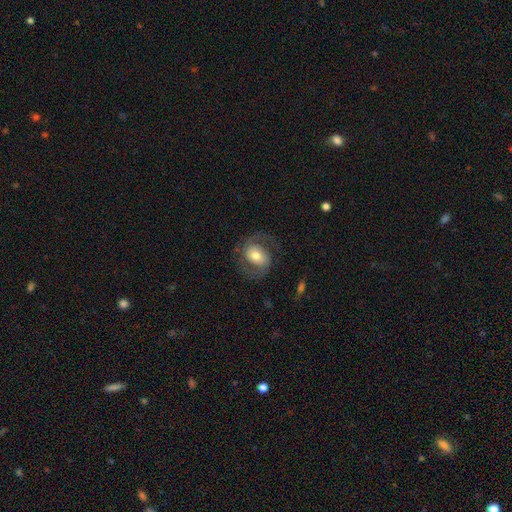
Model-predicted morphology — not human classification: smooth-or-featured: featured or disk: 73% | smooth: 20% | star or artifact: 7%
  disk-edge-on: no: 97% | yes: 3%
    bar: no: 51% | weak: 34% | strong: 16%
    has-spiral-arms: yes: 91% | no: 9%
      spiral-winding: medium: 54% | loose: 25% | tight: 21%
      spiral-arm-count: 2: 90% | can't tell: 4% | 1: 3% | 3: 1% | 4: 1% | more than 4: 1%
    bulge-size: moderate: 63% | small: 17% | large: 16% | dominant: 2% | none: 1%
  merging: none: 72% | minor disturbance: 14% | major disturbance: 12% | merger: 1%